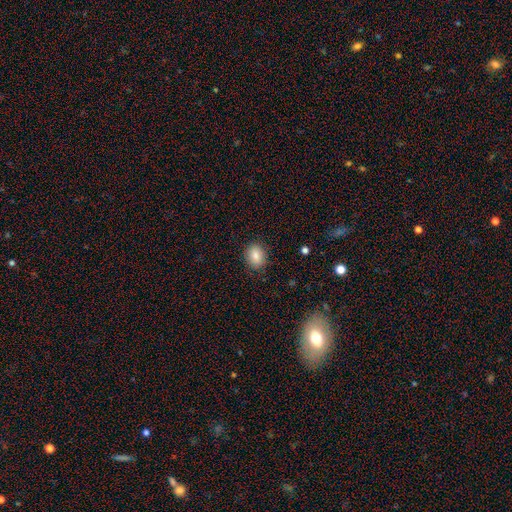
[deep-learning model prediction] This is clearly a smooth galaxy (85%). How rounded: possibly in between (53%). Merging: clearly none (87%).